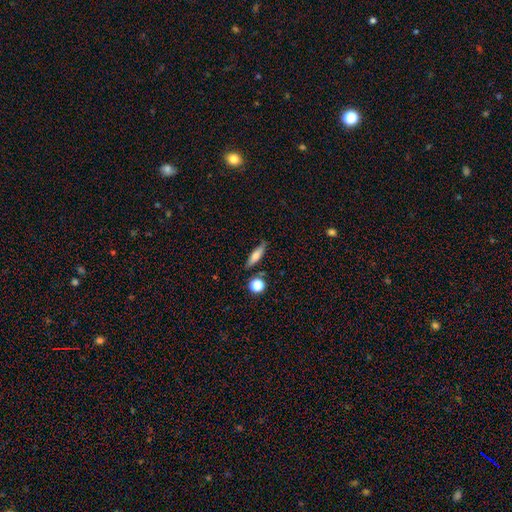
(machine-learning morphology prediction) A smooth galaxy with no disk features (66%) that is cigar-shaped (58%). Merging: none (79%).